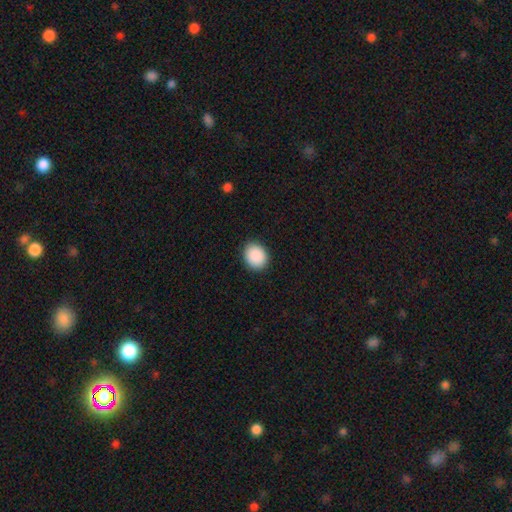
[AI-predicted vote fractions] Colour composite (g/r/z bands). It shows a smooth galaxy with no disk features (90%) that is round (63%). Merging: none (90%).